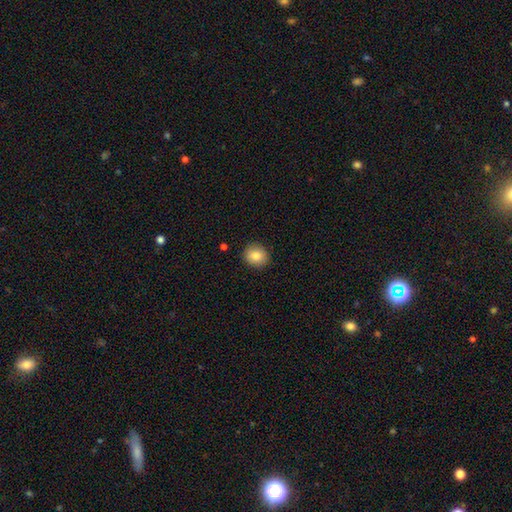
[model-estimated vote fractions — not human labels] Smooth or featured: smooth — 84% (star or artifact — 9%)
How rounded: round — 79% (in between — 20%)
Merging: none — 89% (minor disturbance — 8%)